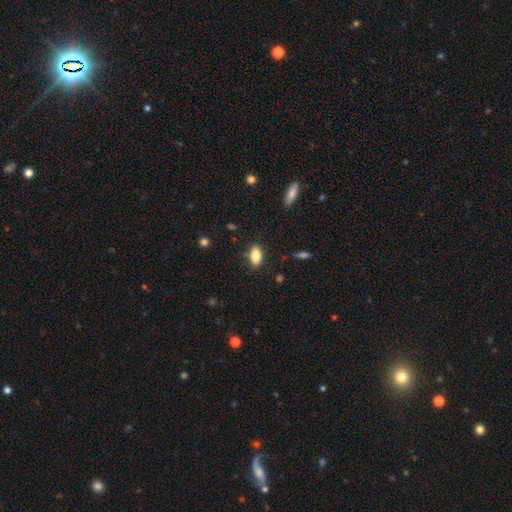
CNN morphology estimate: This appears to be a smooth galaxy with no disk features (84%) that is in between round and cigar-shaped (91%). Merging: none (82%).